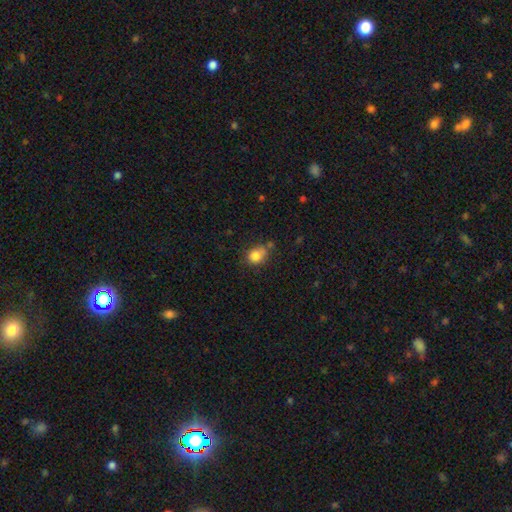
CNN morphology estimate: Overall: smooth (82%). How rounded: round (62%; in between 37%). Merging: none (58%; minor disturbance 24%).